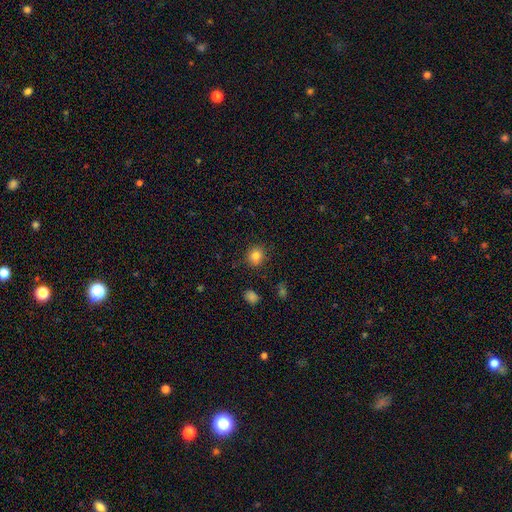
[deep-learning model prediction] Smooth or featured? Predicted: smooth (p=0.83). How rounded? Predicted: round (p=0.75). Merging? Predicted: none (p=0.86).